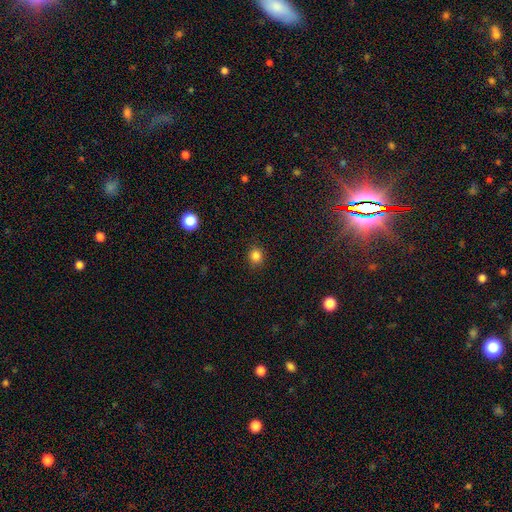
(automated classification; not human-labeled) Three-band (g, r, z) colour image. It shows a smooth galaxy with no disk features (84%) that is round (78%). Merging: none (88%).